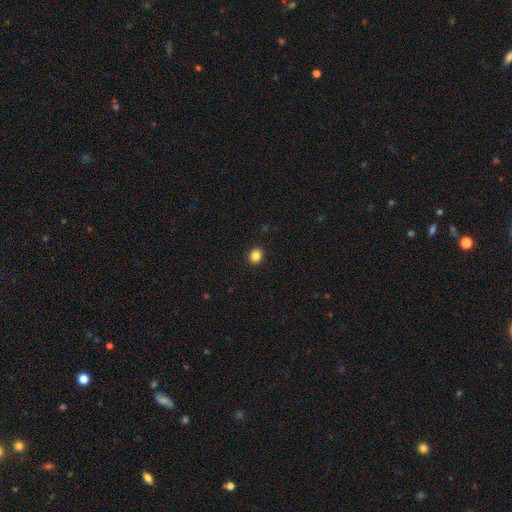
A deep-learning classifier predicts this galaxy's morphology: smooth-or-featured: smooth: 84% | star or artifact: 11% | featured or disk: 4%
  how-rounded: round: 78% | in between: 21% | cigar-shaped: 1%
  merging: none: 92% | minor disturbance: 5% | major disturbance: 2% | merger: 1%